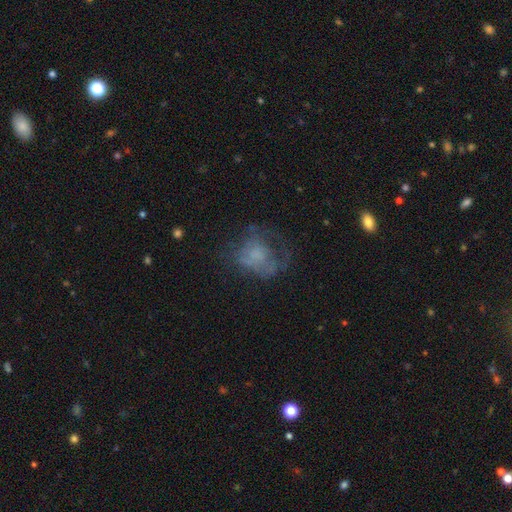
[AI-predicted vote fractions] A featured or disk galaxy (43%). Merging: major disturbance (39%).